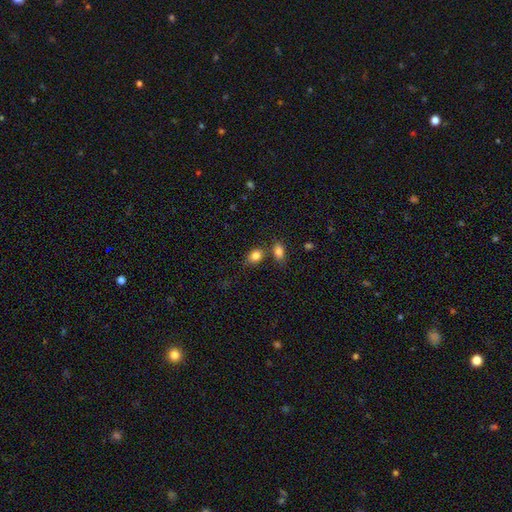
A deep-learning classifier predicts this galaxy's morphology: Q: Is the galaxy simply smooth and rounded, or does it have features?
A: smooth — 84%.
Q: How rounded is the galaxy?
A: in between — 69%.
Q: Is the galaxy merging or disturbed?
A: none — 62%.